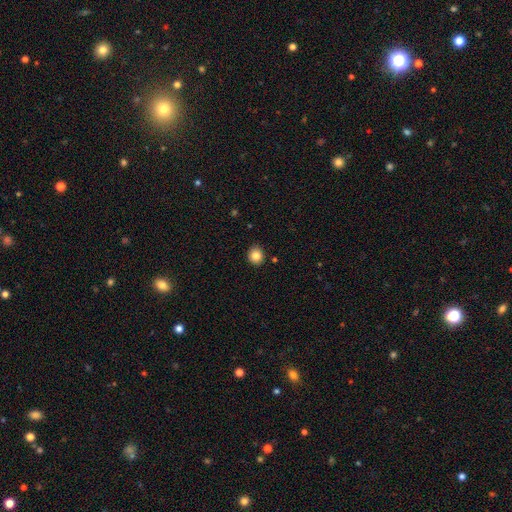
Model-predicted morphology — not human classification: A smooth galaxy with no disk features (84%) that is round (78%).

Vote fractions:
- Smooth or featured? smooth: 84% / star or artifact: 10% / featured or disk: 6%
- How rounded? round: 78% / in between: 21% / cigar-shaped: 1%
- Merging? none: 89% / minor disturbance: 8% / major disturbance: 2% / merger: 1%